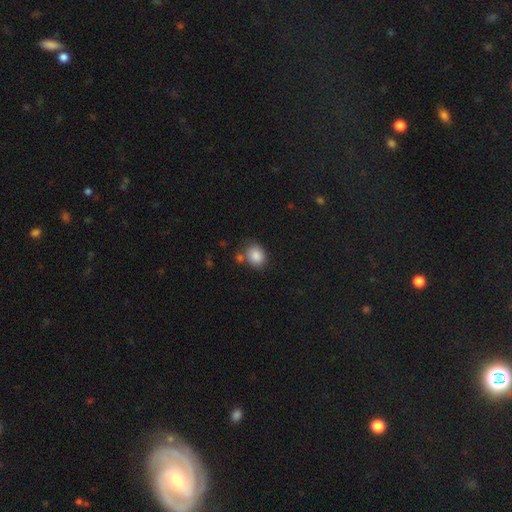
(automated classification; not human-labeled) Smooth or featured: smooth — 87% (star or artifact — 8%)
How rounded: in between — 51% (round — 48%)
Merging: none — 69% (minor disturbance — 16%)